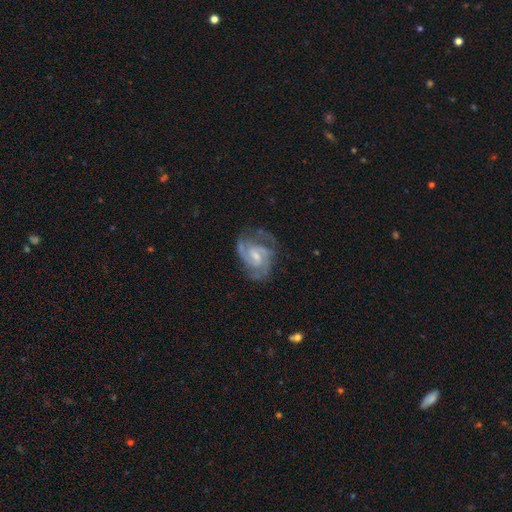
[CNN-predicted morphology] Smooth or featured: featured or disk — 87% (smooth — 8%)
Edge-on disk: no — 98% (yes — 2%)
Bar: weak — 58% (no — 29%)
Spiral arms: yes — 96% (no — 4%)
Spiral winding: medium — 51% (tight — 36%)
Spiral arm count: 2 — 51% (3 — 24%)
Bulge size: small — 51% (moderate — 38%)
Merging: none — 59% (minor disturbance — 23%)